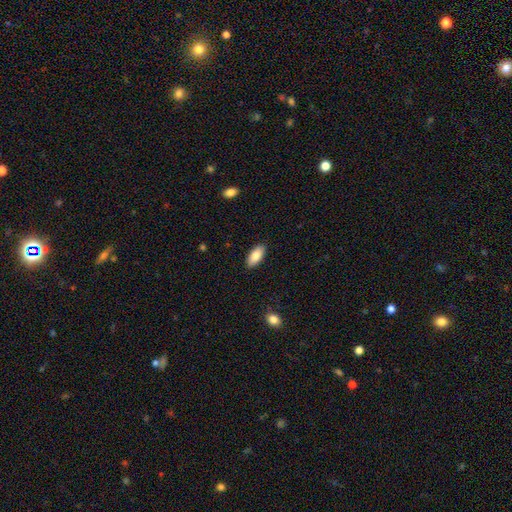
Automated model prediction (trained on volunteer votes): smooth-or-featured: smooth: 85% | featured or disk: 8% | star or artifact: 6%
  how-rounded: in between: 89% | cigar-shaped: 9% | round: 2%
  merging: none: 88% | minor disturbance: 9% | major disturbance: 2% | merger: 1%